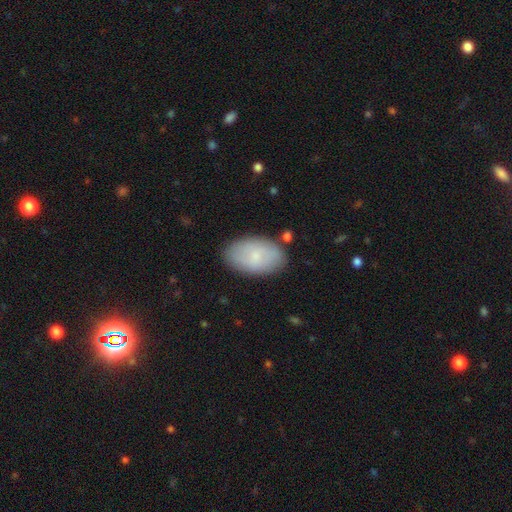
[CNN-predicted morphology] smooth-or-featured: smooth: 77% | featured or disk: 17% | star or artifact: 6%
  how-rounded: in between: 94% | round: 5% | cigar-shaped: 1%
  merging: none: 84% | minor disturbance: 12% | major disturbance: 3% | merger: 2%